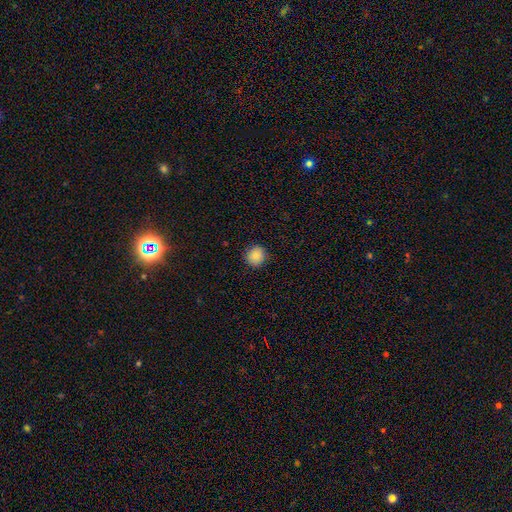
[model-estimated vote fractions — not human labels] This appears to be a smooth galaxy with no disk features (87%) that is round (91%). Merging: none (89%).